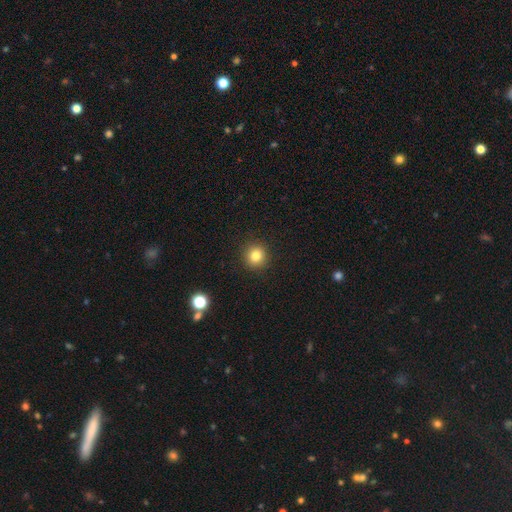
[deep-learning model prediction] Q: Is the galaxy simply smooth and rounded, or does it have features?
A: smooth — 82%.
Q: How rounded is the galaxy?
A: round — 92%.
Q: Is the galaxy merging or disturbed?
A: none — 92%.